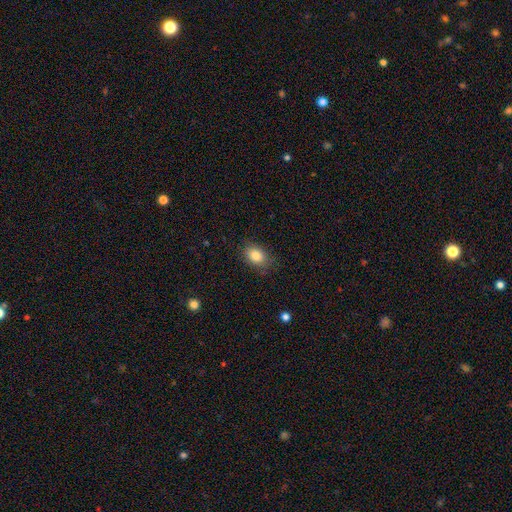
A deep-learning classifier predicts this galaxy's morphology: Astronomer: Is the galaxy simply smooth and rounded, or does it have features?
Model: smooth — 84%.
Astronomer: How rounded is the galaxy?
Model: in between — 75%.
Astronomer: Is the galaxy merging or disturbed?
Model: none — 81%.